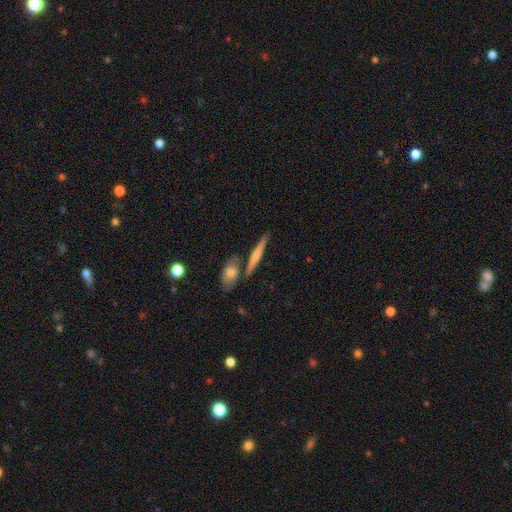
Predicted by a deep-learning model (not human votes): Smooth or featured?
  - featured or disk: 49% *
  - smooth: 45%
  - star or artifact: 6%
Merging?
  - none: 75% *
  - merger: 13%
  - minor disturbance: 9%
  - major disturbance: 2%